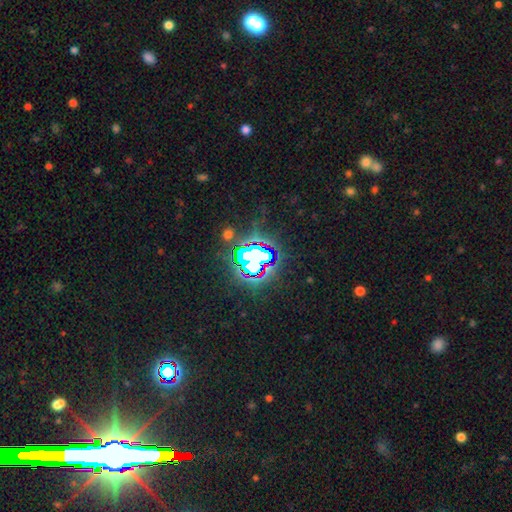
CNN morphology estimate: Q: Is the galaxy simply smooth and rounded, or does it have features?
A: star or artifact — 74%.